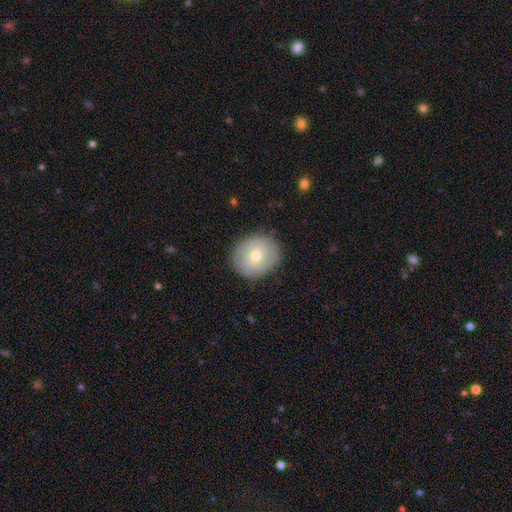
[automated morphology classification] A smooth galaxy with no disk features (51%) that is round (81%). Merging: none (83%).